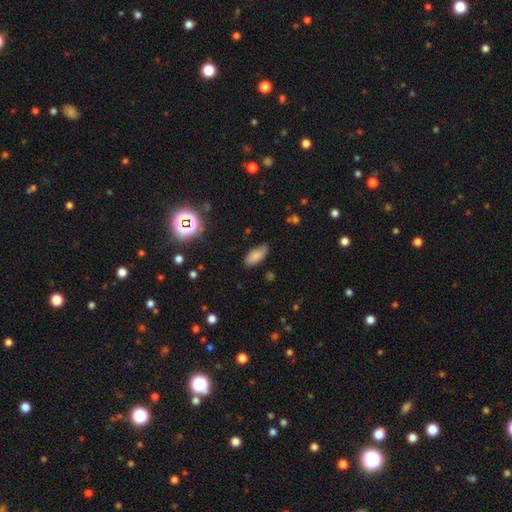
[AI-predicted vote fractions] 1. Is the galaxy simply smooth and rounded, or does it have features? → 81% smooth, 11% star or artifact, 7% featured or disk.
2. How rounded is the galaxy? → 88% in between, 10% cigar-shaped, 3% round.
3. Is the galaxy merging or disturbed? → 81% none, 15% minor disturbance, 3% major disturbance, 1% merger.